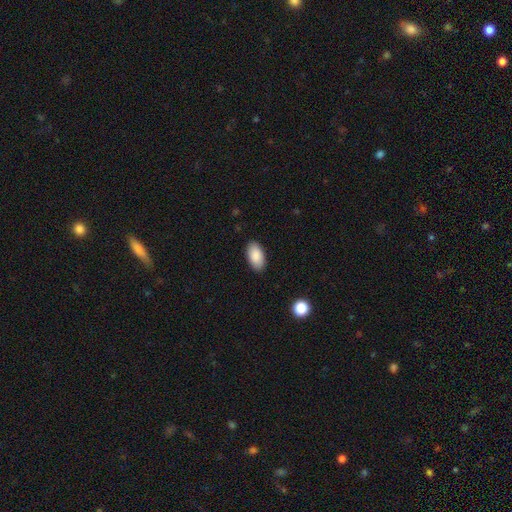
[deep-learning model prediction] smooth-or-featured: smooth: 89% | star or artifact: 6% | featured or disk: 4%
  how-rounded: in between: 95% | round: 3% | cigar-shaped: 2%
  merging: none: 88% | minor disturbance: 9% | major disturbance: 2% | merger: 1%